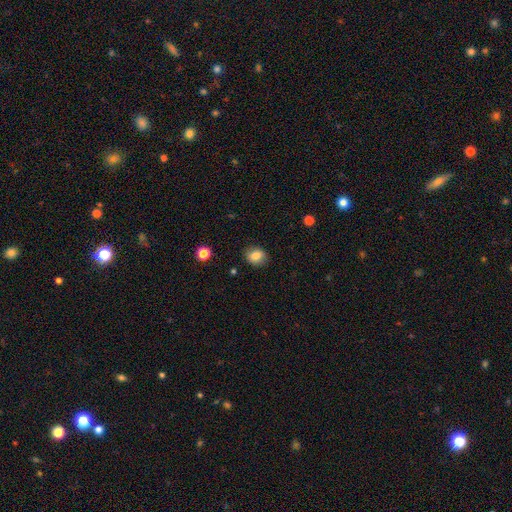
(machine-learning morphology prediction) A smooth galaxy with no disk features (82%) that is round (57%). Merging: none (86%).